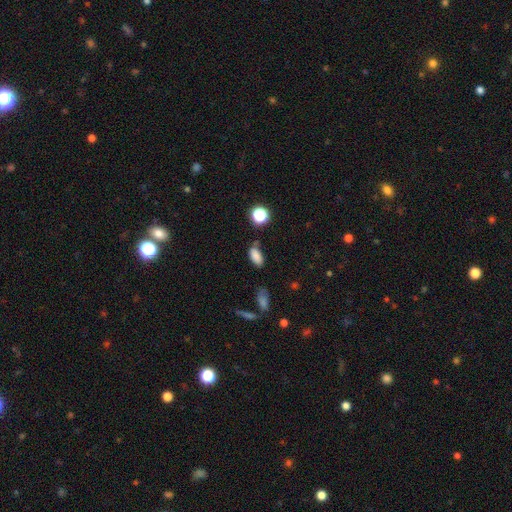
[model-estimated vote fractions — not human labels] smooth-or-featured: smooth: 83% | star or artifact: 12% | featured or disk: 5%
  how-rounded: in between: 89% | round: 6% | cigar-shaped: 5%
  merging: none: 68% | minor disturbance: 21% | merger: 7% | major disturbance: 5%